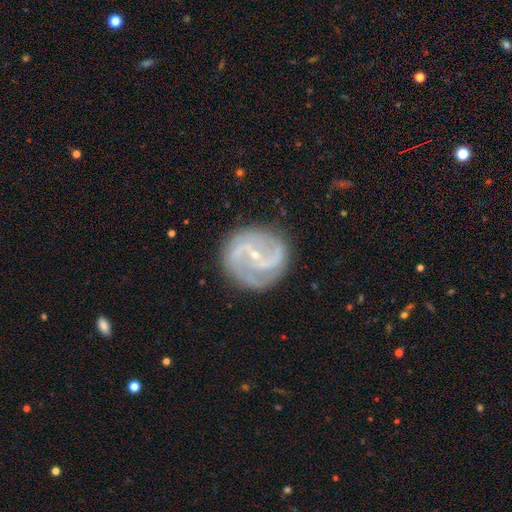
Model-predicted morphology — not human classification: smooth_or_featured: featured or disk (p=0.88) [alt: smooth p=0.06]
disk_edge_on: no (p=0.97) [alt: yes p=0.03]
bar: weak (p=0.42) [alt: no p=0.32]
has_spiral_arms: yes (p=0.97) [alt: no p=0.03]
spiral_winding: medium (p=0.52) [alt: tight p=0.25]
spiral_arm_count: 2 (p=0.83) [alt: can't tell p=0.05]
bulge_size: small (p=0.83) [alt: moderate p=0.14]
merging: none (p=0.81) [alt: minor disturbance p=0.13]